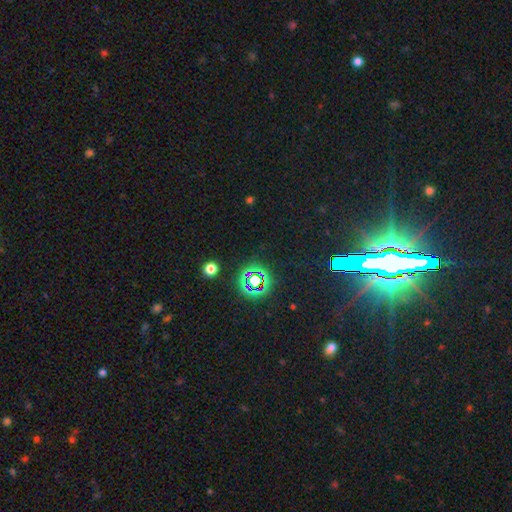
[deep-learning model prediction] This is likely a star or artifact rather than a galaxy (75%).